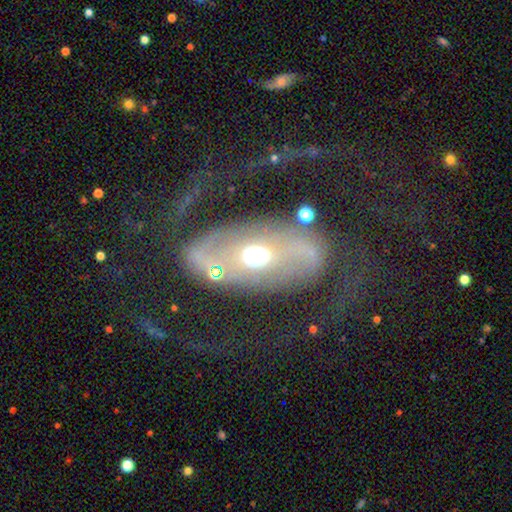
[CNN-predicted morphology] Overall: featured or disk (62%; smooth 26%). Edge-on disk: no (83%). Bar: no (64%). Spiral arms: no (63%; yes 37%). Bulge size: moderate (58%; large 27%). Merging: none (64%).